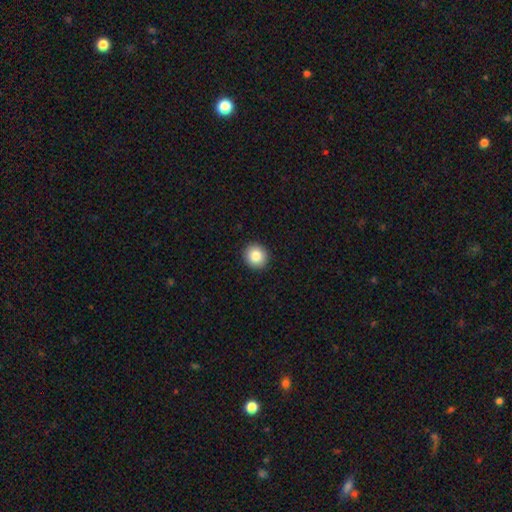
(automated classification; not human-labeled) Q: Smooth or featured?
A: smooth (85%); runner-up: star or artifact (9%)
Q: How rounded?
A: round (90%); runner-up: in between (9%)
Q: Merging?
A: none (93%); runner-up: minor disturbance (5%)